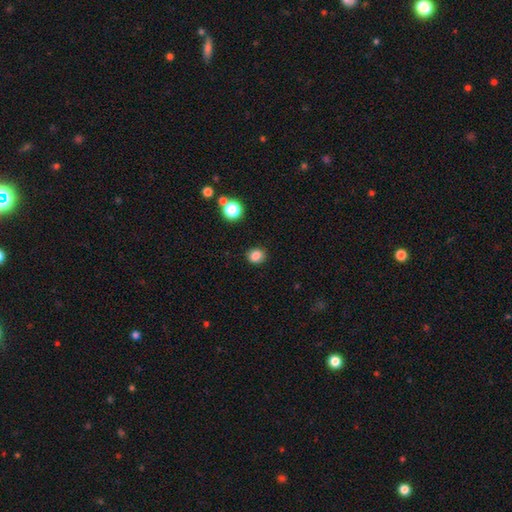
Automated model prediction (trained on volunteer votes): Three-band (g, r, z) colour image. It shows a smooth galaxy with no disk features (85%) that is round (77%). Merging: none (88%).